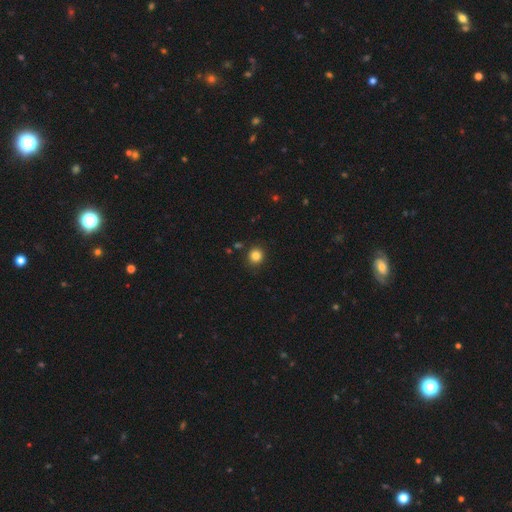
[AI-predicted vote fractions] This is clearly a smooth galaxy (84%). How rounded: clearly round (89%). Merging: clearly none (89%).